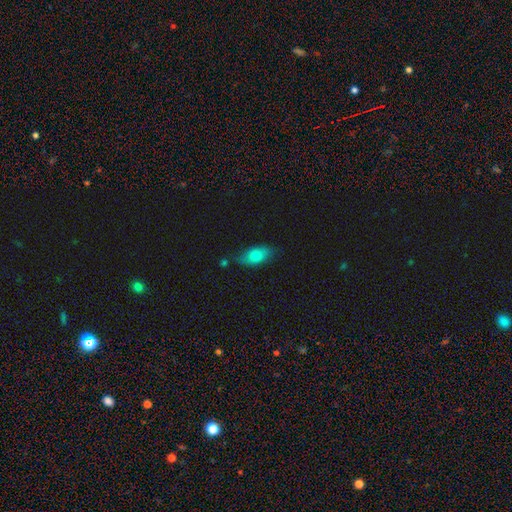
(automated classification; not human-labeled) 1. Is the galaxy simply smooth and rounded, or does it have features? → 76% smooth, 16% featured or disk, 8% star or artifact.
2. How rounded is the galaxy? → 86% in between, 9% cigar-shaped, 5% round.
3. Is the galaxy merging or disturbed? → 67% none, 23% minor disturbance, 5% major disturbance, 5% merger.